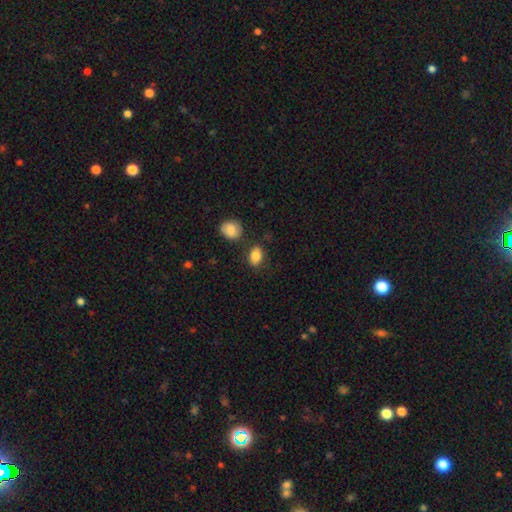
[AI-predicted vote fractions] Smooth or featured? smooth (84%)
How rounded? in between (78%)
Merging? none (77%)